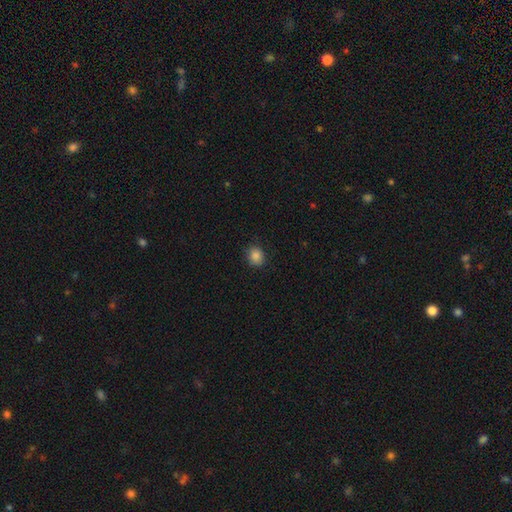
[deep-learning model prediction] Smooth or featured? smooth (86%)
How rounded? round (72%)
Merging? none (84%)